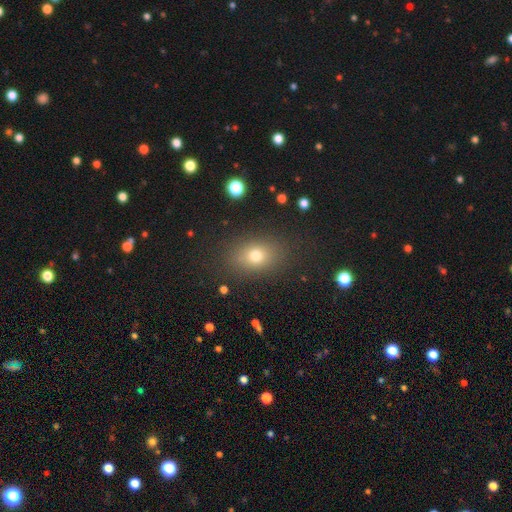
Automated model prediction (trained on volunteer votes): Q: Smooth or featured?
A: smooth (73%); runner-up: star or artifact (15%)
Q: How rounded?
A: in between (67%); runner-up: round (31%)
Q: Merging?
A: none (84%); runner-up: minor disturbance (10%)